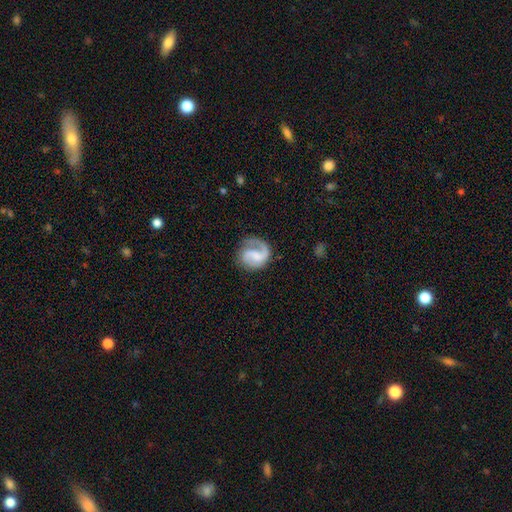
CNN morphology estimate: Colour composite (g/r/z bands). It shows a featured or disk galaxy (73%) with a weak bar (44%), 2 (52%) medium (45%) spiral arms (94%) and no central bulge (43%). Merging: none (64%).